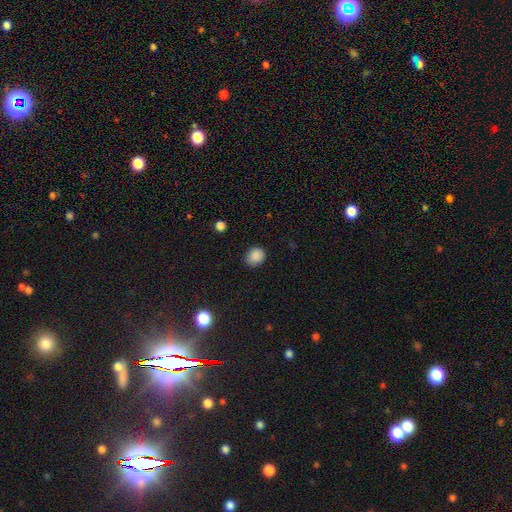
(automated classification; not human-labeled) This is clearly a smooth galaxy (87%). How rounded: likely round (70%). Merging: clearly none (84%).